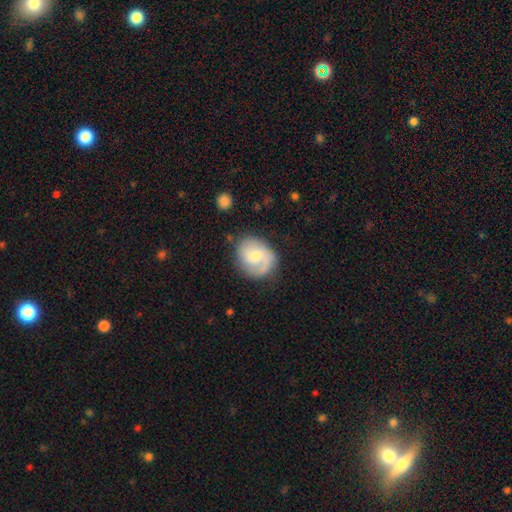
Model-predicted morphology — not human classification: A featured or disk galaxy (57%) with no bar (51%), spiral arms (86%) and a moderate central bulge (55%). Merging: none (69%).